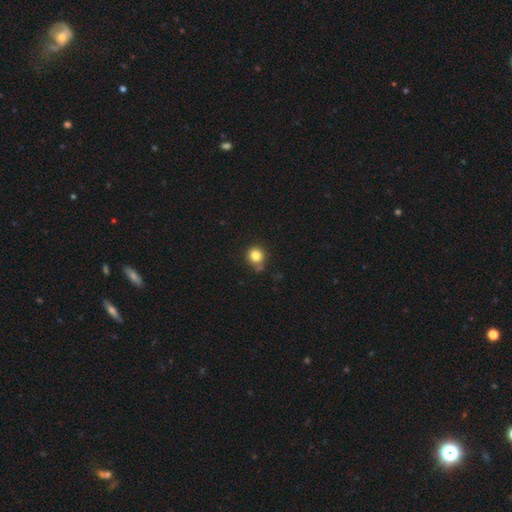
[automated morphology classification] type=smooth (82%); roundness=round (91%); merging=none (74%).